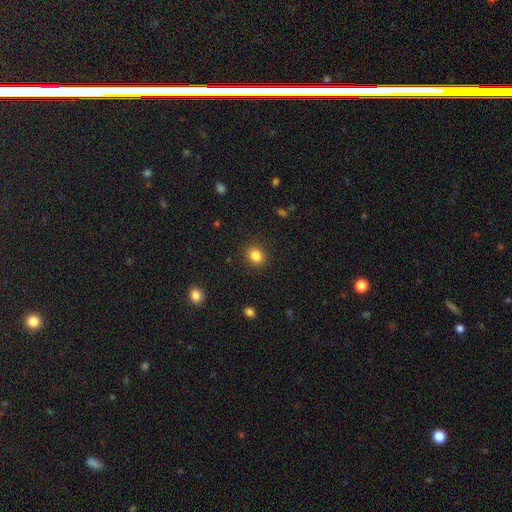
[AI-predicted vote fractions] smooth-or-featured: smooth: 84% | star or artifact: 11% | featured or disk: 5%
  how-rounded: round: 61% | in between: 38% | cigar-shaped: 1%
  merging: none: 89% | minor disturbance: 8% | major disturbance: 3% | merger: 1%